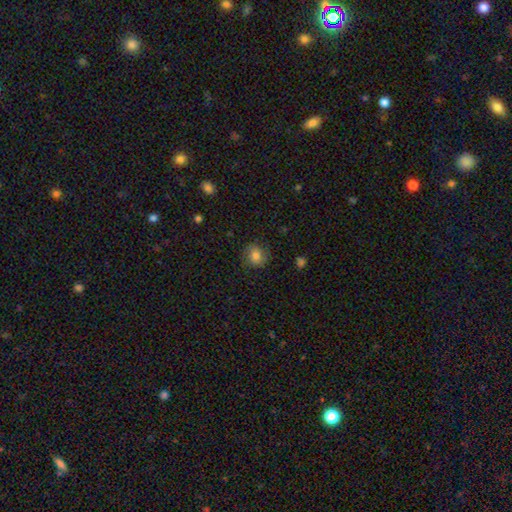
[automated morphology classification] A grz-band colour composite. It shows a smooth galaxy with no disk features (73%) that is round (77%). Merging: none (79%).